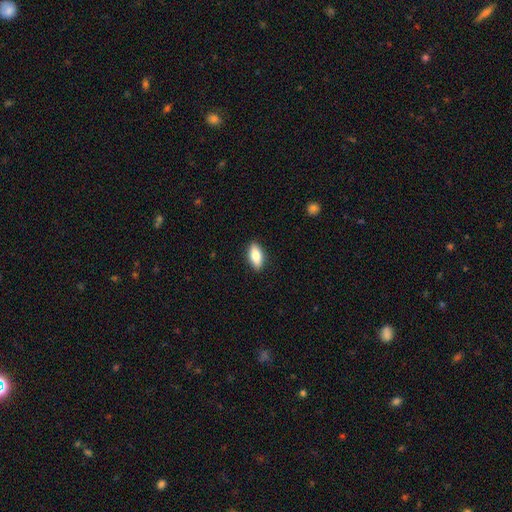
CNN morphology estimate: Q: Smooth or featured?
A: smooth (81%); runner-up: featured or disk (13%)
Q: How rounded?
A: in between (86%); runner-up: cigar-shaped (11%)
Q: Merging?
A: none (89%); runner-up: minor disturbance (8%)